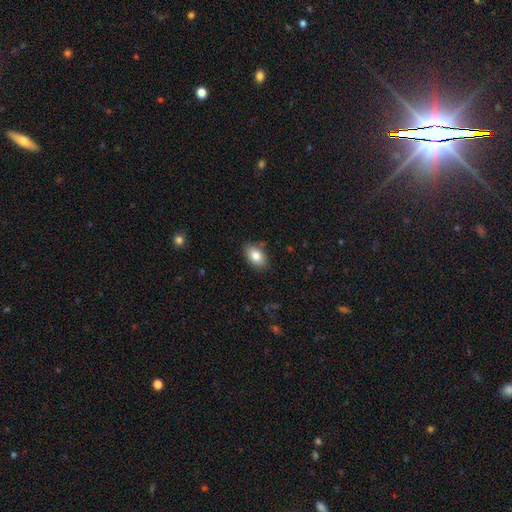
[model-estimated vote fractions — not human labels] smooth_or_featured: smooth (p=0.82) [alt: featured or disk p=0.11]
how_rounded: in between (p=0.90) [alt: round p=0.08]
merging: none (p=0.84) [alt: minor disturbance p=0.12]